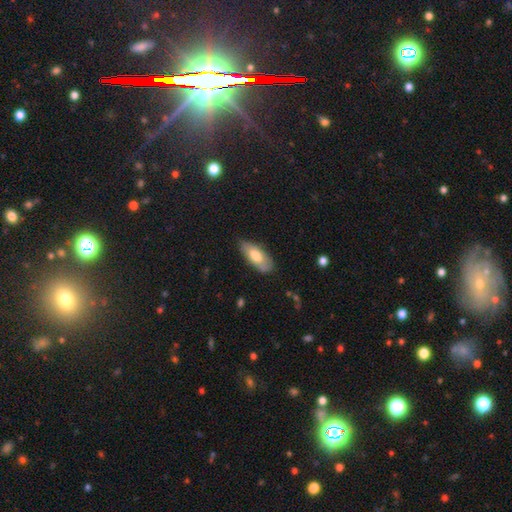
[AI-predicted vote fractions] A smooth galaxy with no disk features (68%) that is in between round and cigar-shaped (86%). Merging: none (71%).